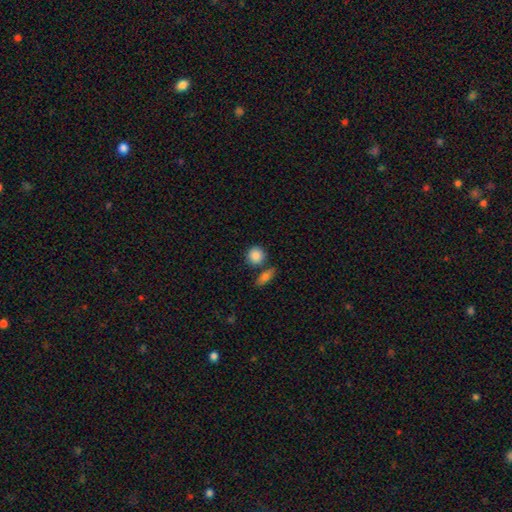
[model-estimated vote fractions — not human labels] Smooth or featured: smooth — 87% (star or artifact — 7%)
How rounded: round — 81% (in between — 17%)
Merging: none — 69% (merger — 17%)